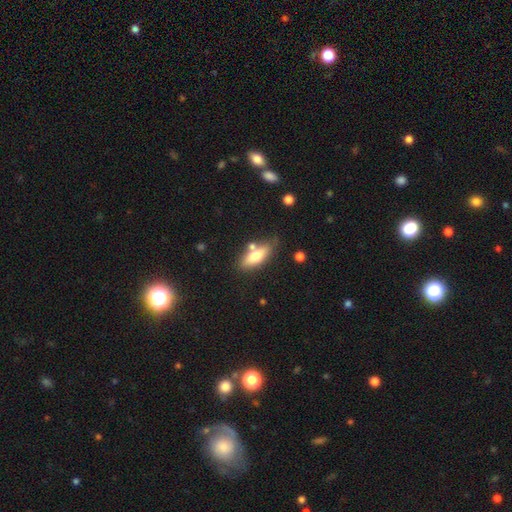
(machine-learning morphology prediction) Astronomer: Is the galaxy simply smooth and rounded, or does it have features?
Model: smooth — 66%.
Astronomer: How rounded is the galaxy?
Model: in between — 68%.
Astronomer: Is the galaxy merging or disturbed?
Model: none — 67%.